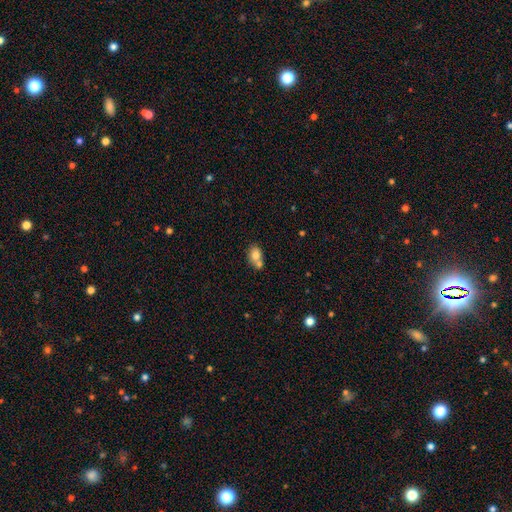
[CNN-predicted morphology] A smooth galaxy with no disk features (78%) that is in between round and cigar-shaped (69%).

Vote fractions:
- Smooth or featured? smooth: 78% / featured or disk: 13% / star or artifact: 9%
- How rounded? in between: 69% / round: 29% / cigar-shaped: 1%
- Merging? merger: 45% / none: 41% / minor disturbance: 11% / major disturbance: 3%